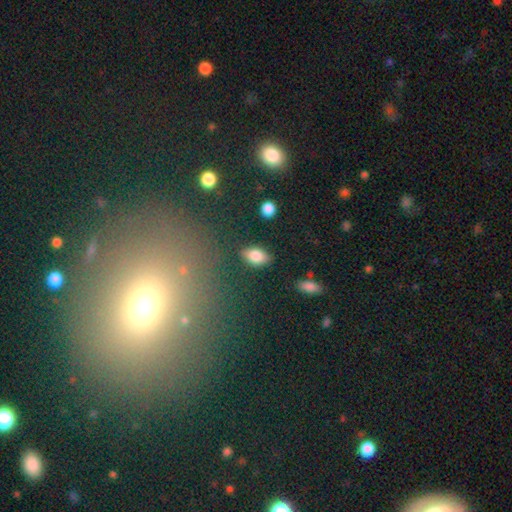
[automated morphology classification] Smooth or featured? Predicted: smooth (p=0.83). How rounded? Predicted: in between (p=0.90). Merging? Predicted: none (p=0.81).